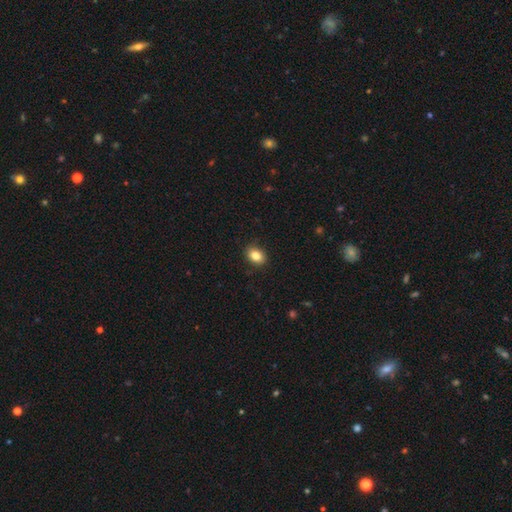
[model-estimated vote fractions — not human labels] smooth-or-featured: smooth: 86% | star or artifact: 9% | featured or disk: 6%
  how-rounded: in between: 72% | round: 27% | cigar-shaped: 1%
  merging: none: 88% | minor disturbance: 9% | major disturbance: 2% | merger: 1%